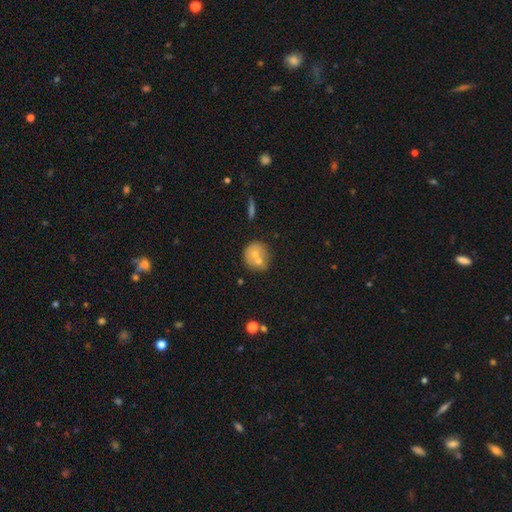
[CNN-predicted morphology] Smooth or featured: smooth — 61% (featured or disk — 30%)
How rounded: round — 83% (in between — 16%)
Merging: merger — 47% (none — 39%)